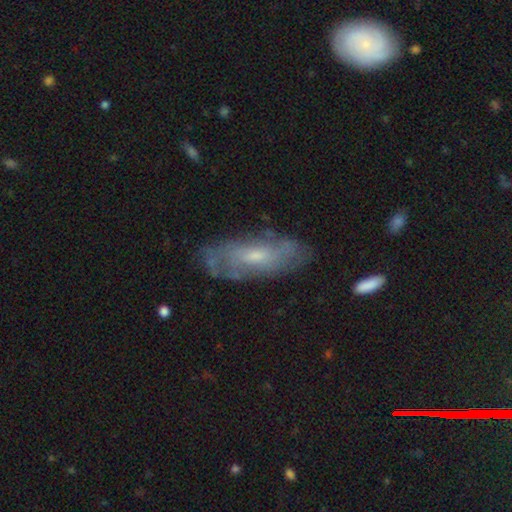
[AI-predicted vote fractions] Morphology: type=featured or disk (62%); edge-on=no (81%); bar=no (65%); spiral arms=yes (68%); bulge=small (49%); merging=none (72%).